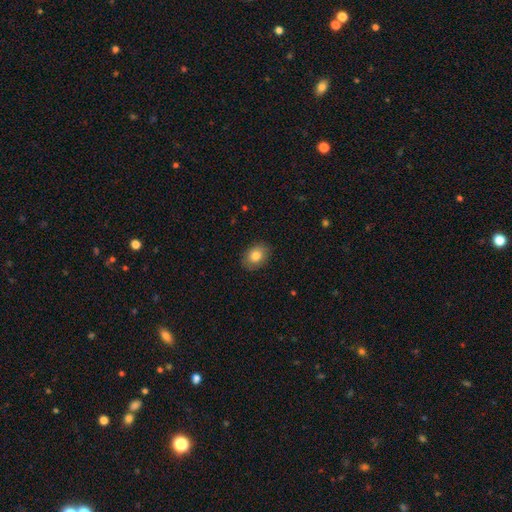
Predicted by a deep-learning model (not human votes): Q: Smooth or featured?
A: smooth (82%); runner-up: featured or disk (9%)
Q: How rounded?
A: in between (69%); runner-up: round (30%)
Q: Merging?
A: none (87%); runner-up: minor disturbance (9%)